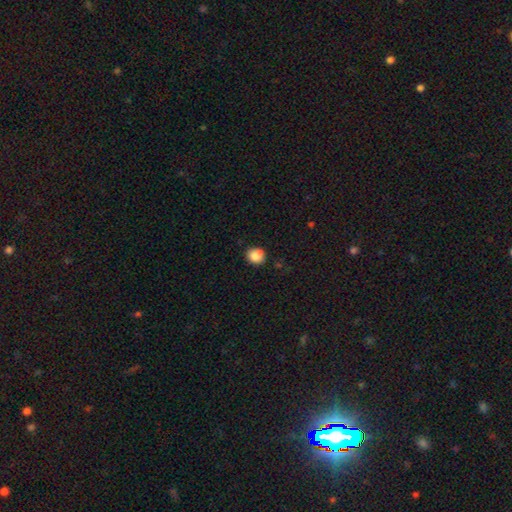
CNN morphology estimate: This appears to be a smooth galaxy with no disk features (87%) that is round (81%). Merging: none (81%).